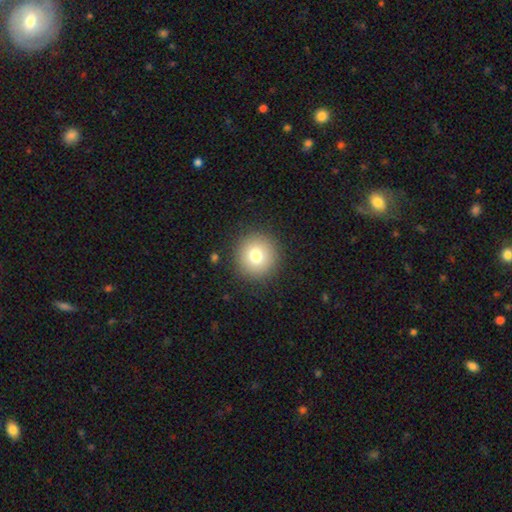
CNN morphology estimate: The model was most divided on "smooth or featured": smooth: 76%, featured or disk: 12%, star or artifact: 12%. More confident: how rounded — round (94%); merging — none (90%).